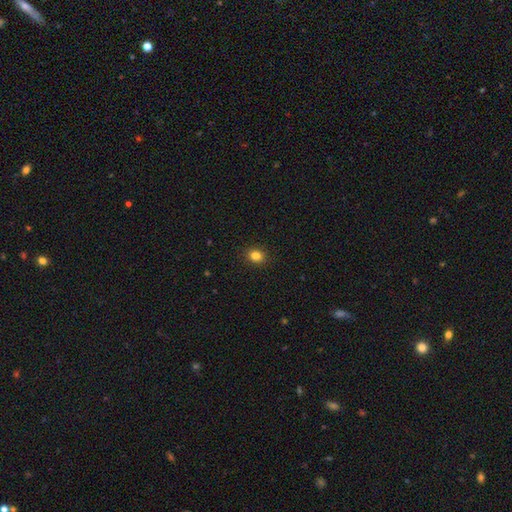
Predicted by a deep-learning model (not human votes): This appears to be a smooth galaxy with no disk features (82%) that is round (65%). Merging: none (91%).